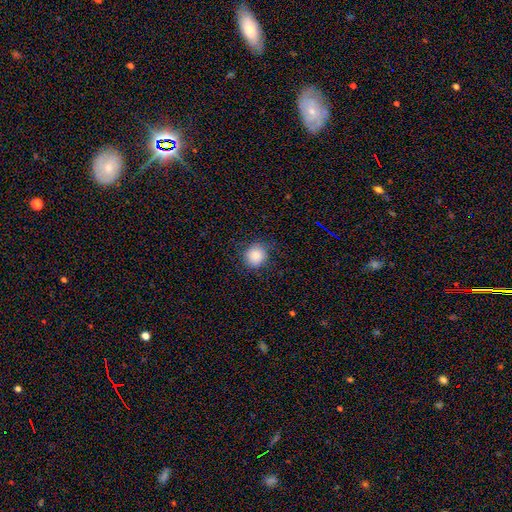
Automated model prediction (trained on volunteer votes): The model was most divided on "merging": none: 83%, minor disturbance: 12%, major disturbance: 4%, merger: 1%. More confident: how rounded — round (89%); smooth or featured — smooth (86%).